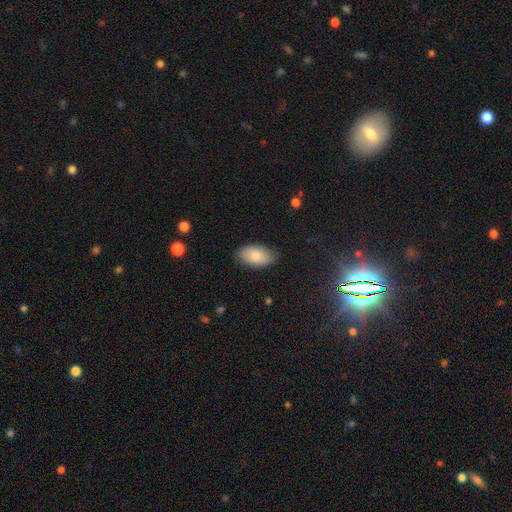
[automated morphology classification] Smooth or featured? smooth (82%)
How rounded? in between (94%)
Merging? none (80%)